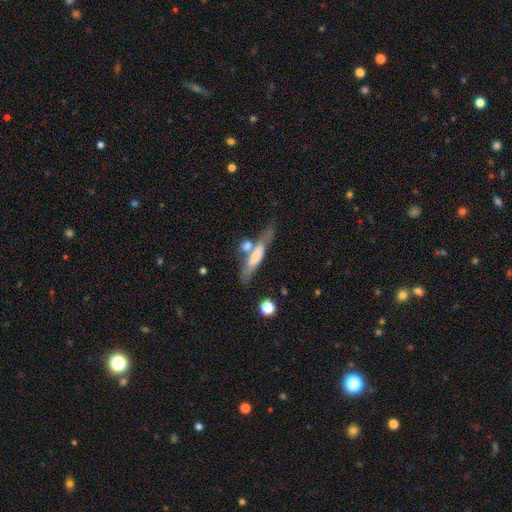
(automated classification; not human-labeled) Q: Smooth or featured?
A: smooth (53%); runner-up: featured or disk (39%)
Q: How rounded?
A: cigar-shaped (73%); runner-up: in between (24%)
Q: Merging?
A: none (38%); runner-up: merger (33%)